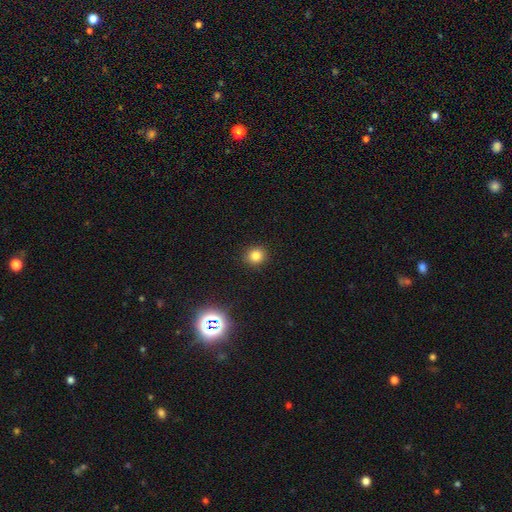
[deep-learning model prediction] Q: Smooth or featured?
A: smooth (81%); runner-up: star or artifact (14%)
Q: How rounded?
A: round (85%); runner-up: in between (14%)
Q: Merging?
A: none (91%); runner-up: minor disturbance (6%)